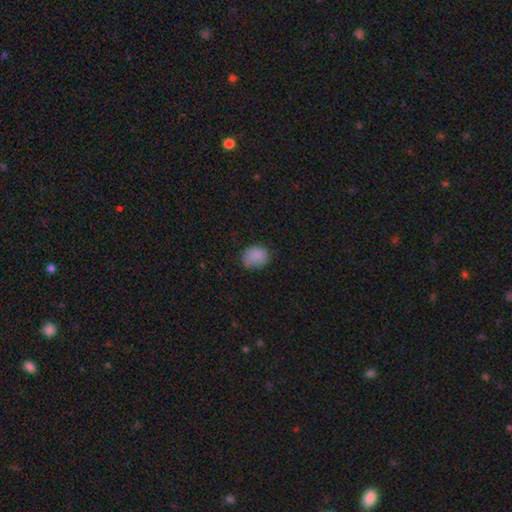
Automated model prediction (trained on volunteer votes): smooth-or-featured: smooth: 85% | star or artifact: 9% | featured or disk: 5%
  how-rounded: round: 51% | in between: 48% | cigar-shaped: 1%
  merging: none: 74% | minor disturbance: 21% | major disturbance: 4% | merger: 1%